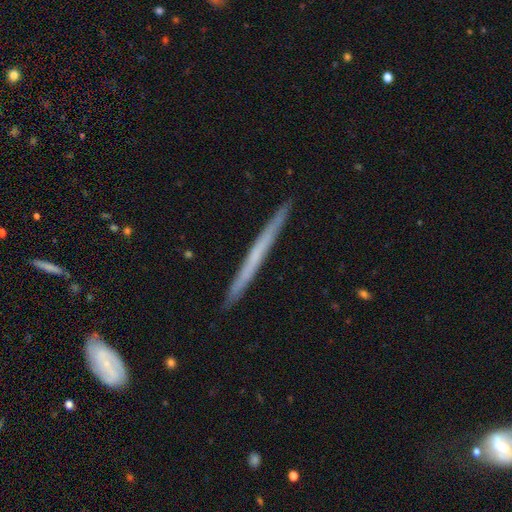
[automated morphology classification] Smooth or featured? featured or disk (55%)
Edge-on disk? yes (97%)
Edge-on bulge? none (91%)
Merging? none (91%)